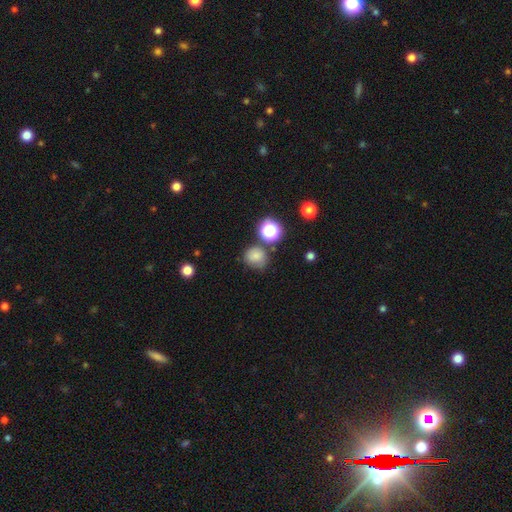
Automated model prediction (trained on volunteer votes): Smooth or featured? Predicted: smooth (p=0.75). How rounded? Predicted: round (p=0.78). Merging? Predicted: none (p=0.66).